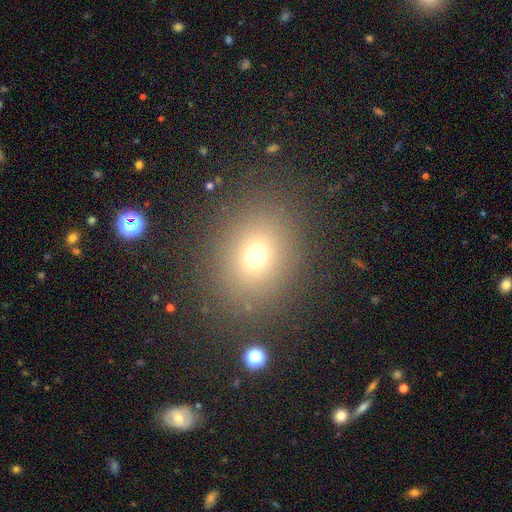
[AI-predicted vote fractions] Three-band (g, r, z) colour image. It shows a smooth galaxy with no disk features (68%) that is round (62%). Merging: none (87%).